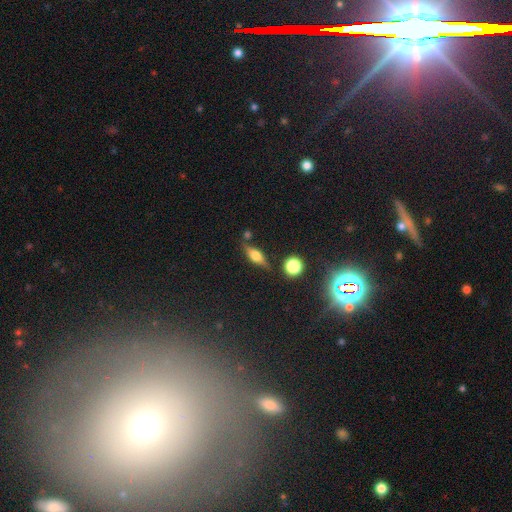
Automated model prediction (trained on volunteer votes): Smooth or featured? Predicted: featured or disk (p=0.56). Edge-on disk? Predicted: yes (p=0.92). Edge-on bulge? Predicted: rounded (p=0.90). Merging? Predicted: none (p=0.77).